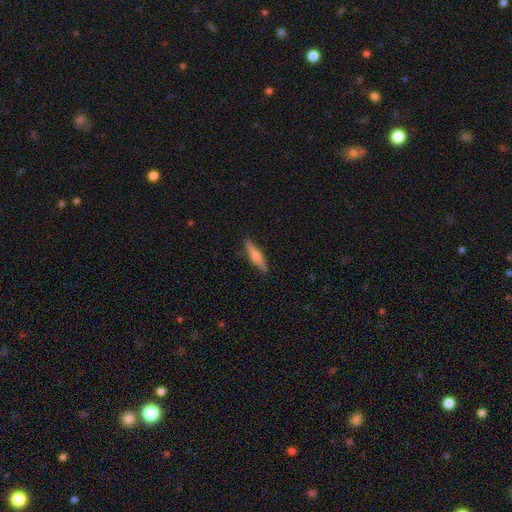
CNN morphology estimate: smooth_or_featured: smooth (p=0.54) [alt: featured or disk p=0.40]
how_rounded: cigar-shaped (p=0.82) [alt: in between p=0.17]
merging: none (p=0.87) [alt: minor disturbance p=0.10]